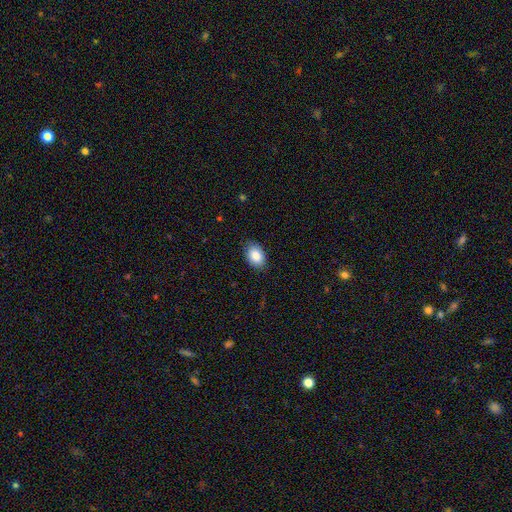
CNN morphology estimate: Smooth or featured? Predicted: smooth (p=0.86). How rounded? Predicted: in between (p=0.84). Merging? Predicted: none (p=0.85).